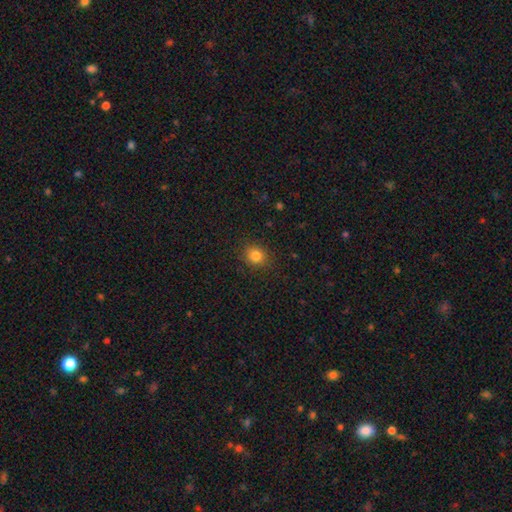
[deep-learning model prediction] Smooth or featured? smooth (82%)
How rounded? round (77%)
Merging? none (89%)